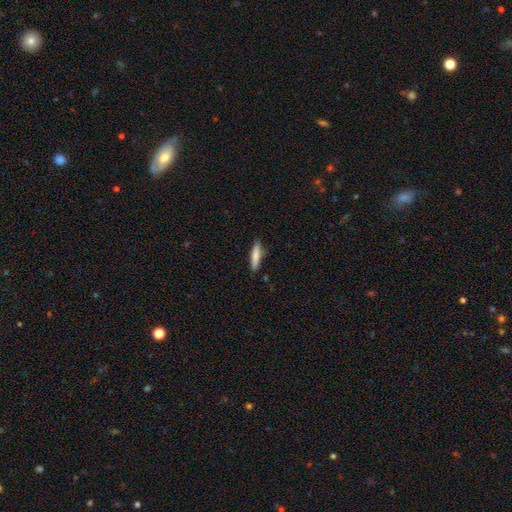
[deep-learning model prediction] Smooth or featured?
  - smooth: 81% *
  - featured or disk: 13%
  - star or artifact: 6%
How rounded?
  - cigar-shaped: 80% *
  - in between: 19%
  - round: 1%
Merging?
  - none: 86% *
  - minor disturbance: 10%
  - major disturbance: 2%
  - merger: 1%